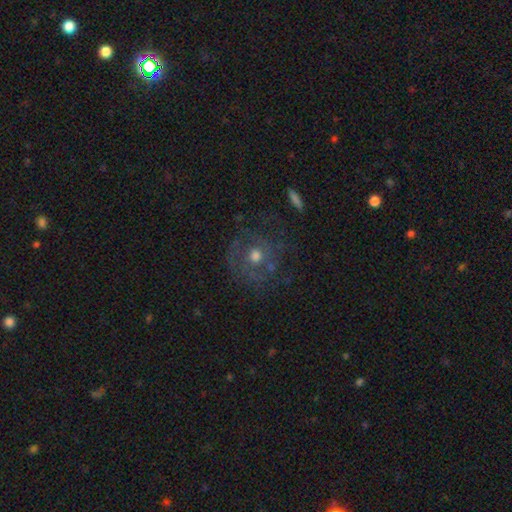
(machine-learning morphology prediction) This is possibly a featured or disk galaxy (52%). It is clearly not viewed edge-on (96%). Bar: clearly no (86%). Spiral arm pattern: possibly yes (54%). Central bulge: likely moderate (70%). Merging: likely none (69%).